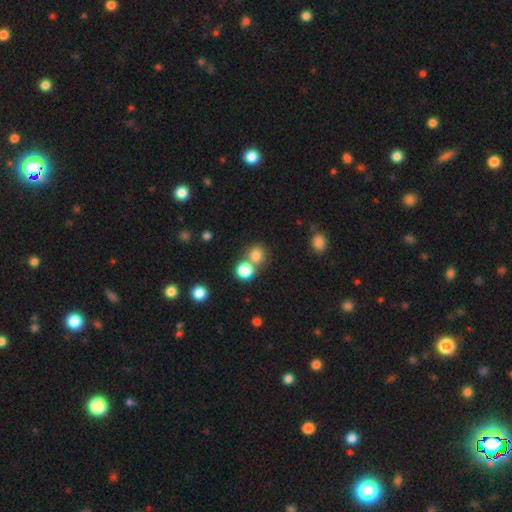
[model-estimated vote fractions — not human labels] Smooth or featured? Predicted: smooth (p=0.80). How rounded? Predicted: round (p=0.83). Merging? Predicted: none (p=0.50).